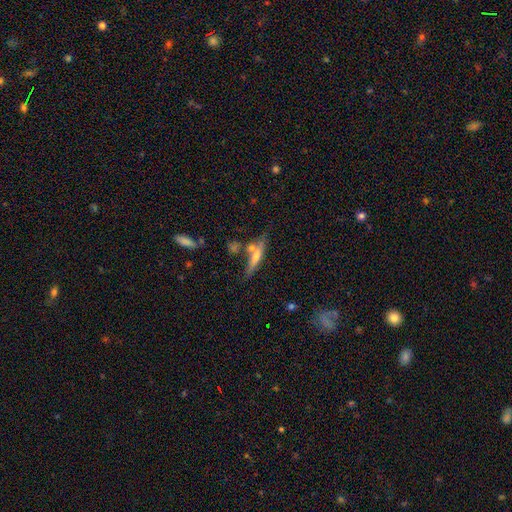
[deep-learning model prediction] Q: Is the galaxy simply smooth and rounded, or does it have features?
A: smooth — 48%.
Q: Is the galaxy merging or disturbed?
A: none — 59%.